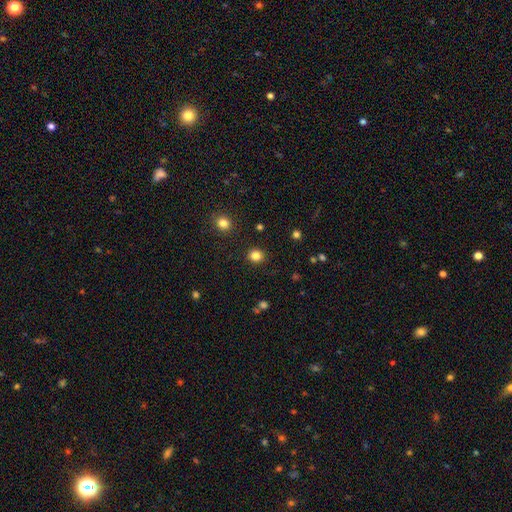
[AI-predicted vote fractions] The model was most divided on "smooth or featured": smooth: 83%, star or artifact: 13%, featured or disk: 4%. More confident: merging — none (91%); how rounded — round (88%).